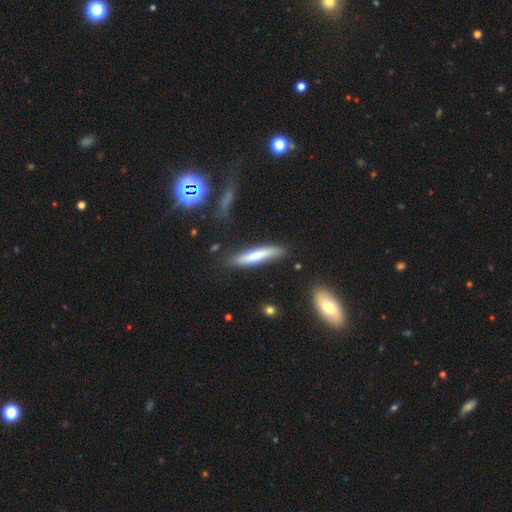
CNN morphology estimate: Smooth or featured? Predicted: smooth (p=0.65). How rounded? Predicted: cigar-shaped (p=0.87). Merging? Predicted: none (p=0.80).